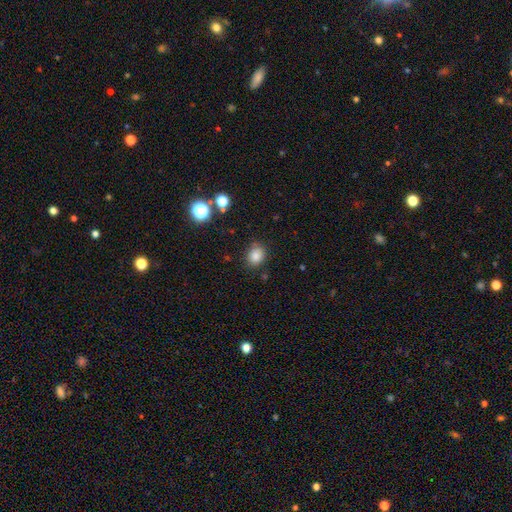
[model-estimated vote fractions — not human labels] Smooth or featured: smooth — 82% (star or artifact — 13%)
How rounded: round — 53% (in between — 46%)
Merging: none — 80% (minor disturbance — 14%)